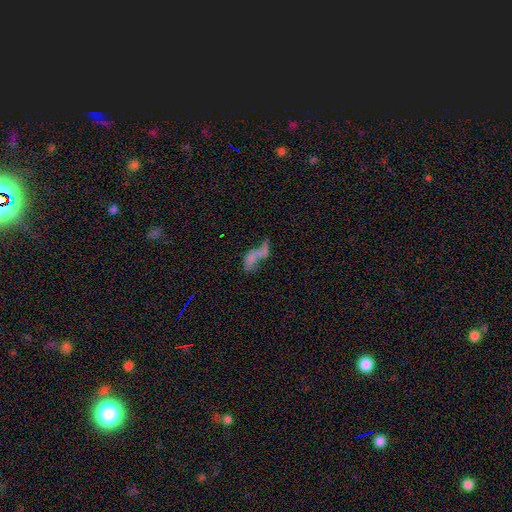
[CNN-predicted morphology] A smooth galaxy with no disk features (42%). Merging: merger (44%).